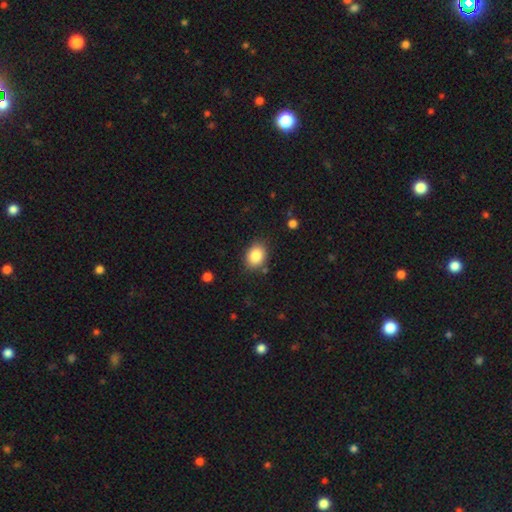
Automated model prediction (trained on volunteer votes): Smooth or featured? Predicted: smooth (p=0.86). How rounded? Predicted: in between (p=0.59). Merging? Predicted: none (p=0.84).